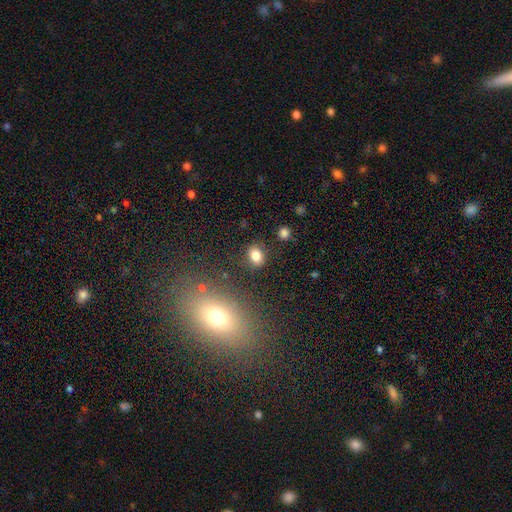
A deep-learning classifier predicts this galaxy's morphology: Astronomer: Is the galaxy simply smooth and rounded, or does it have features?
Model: smooth — 82%.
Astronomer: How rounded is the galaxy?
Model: in between — 63%.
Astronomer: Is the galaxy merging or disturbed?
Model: none — 83%.